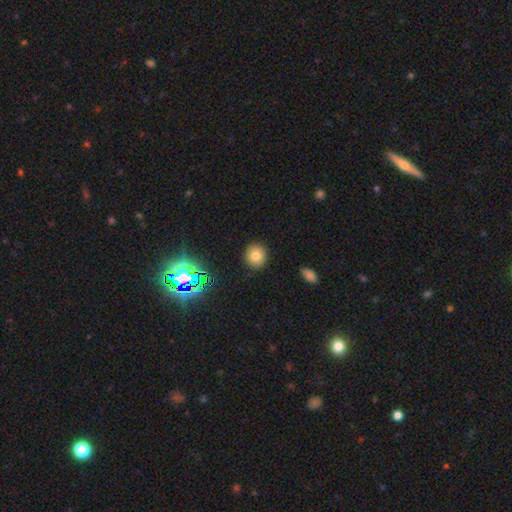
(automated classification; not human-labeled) Overall: smooth (76%). How rounded: round (88%). Merging: none (89%).